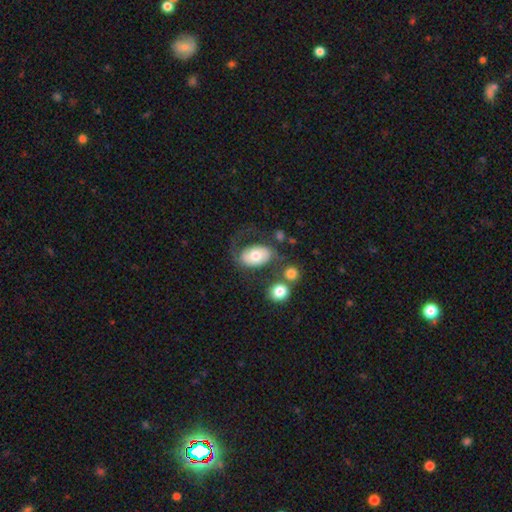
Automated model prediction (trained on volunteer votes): This appears to be a smooth galaxy with no disk features (56%) that is in between round and cigar-shaped (85%). Merging: none (47%).